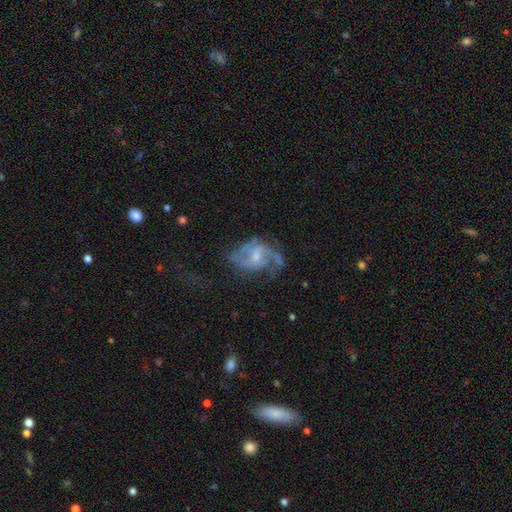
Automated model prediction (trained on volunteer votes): This appears to be a featured or disk galaxy (79%) with a weak bar (53%), 2 (61%) medium (47%) spiral arms (89%) and a small central bulge (50%). Merging: none (45%).